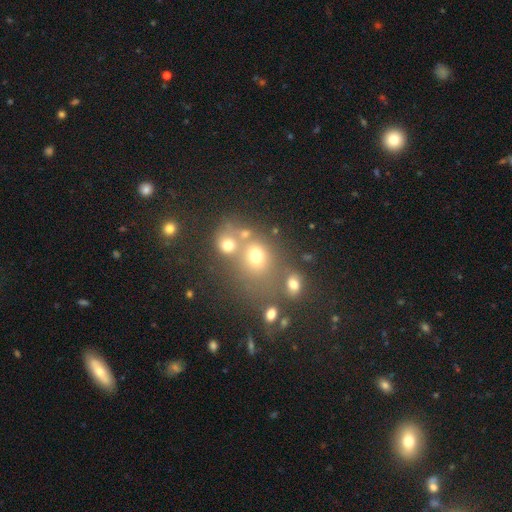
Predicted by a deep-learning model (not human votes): Smooth or featured? smooth (68%)
How rounded? round (64%)
Merging? none (46%)